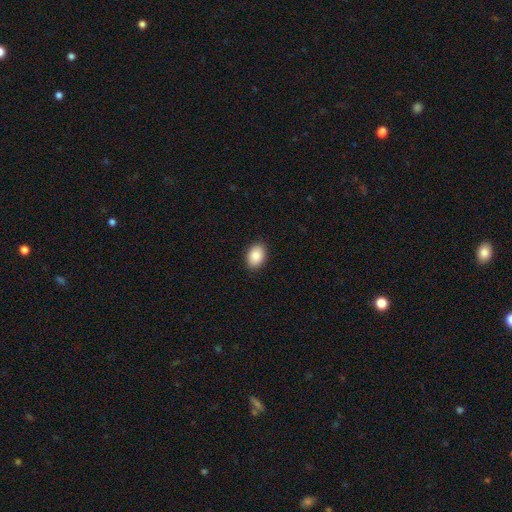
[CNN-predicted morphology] smooth 88%, star or artifact 7%, featured or disk 4%. Down the decision tree: how rounded — in between (80%); merging — none (90%).